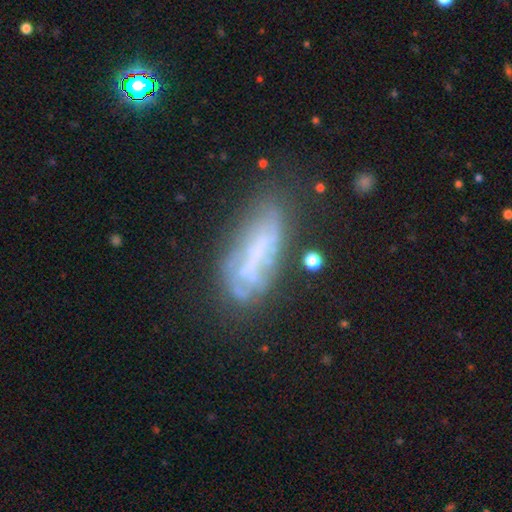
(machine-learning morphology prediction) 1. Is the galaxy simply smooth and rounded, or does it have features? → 56% featured or disk, 32% smooth, 13% star or artifact.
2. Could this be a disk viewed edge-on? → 75% no, 25% yes.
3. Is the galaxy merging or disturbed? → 47% none, 25% minor disturbance, 20% major disturbance, 8% merger.